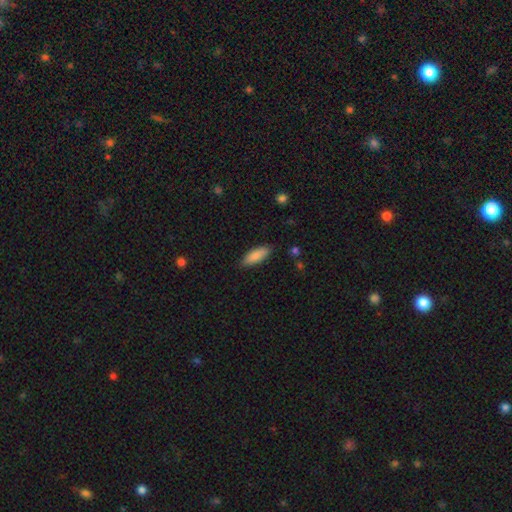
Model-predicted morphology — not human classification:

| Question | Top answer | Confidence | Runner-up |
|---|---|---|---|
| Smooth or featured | smooth | 85% | featured or disk (9%) |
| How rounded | in between | 67% | cigar-shaped (32%) |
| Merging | none | 86% | minor disturbance (11%) |